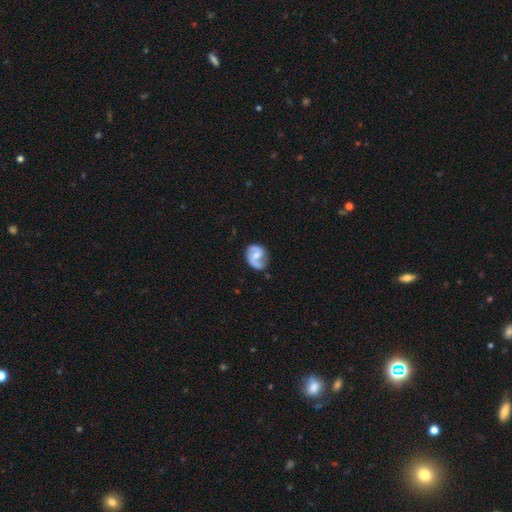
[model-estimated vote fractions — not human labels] smooth_or_featured: featured or disk (p=0.78) [alt: smooth p=0.17]
disk_edge_on: no (p=0.98) [alt: yes p=0.02]
bar: weak (p=0.47) [alt: no p=0.41]
has_spiral_arms: yes (p=0.94) [alt: no p=0.06]
spiral_winding: medium (p=0.48) [alt: loose p=0.31]
spiral_arm_count: 2 (p=0.81) [alt: 1 p=0.11]
bulge_size: moderate (p=0.50) [alt: small p=0.38]
merging: none (p=0.67) [alt: minor disturbance p=0.22]